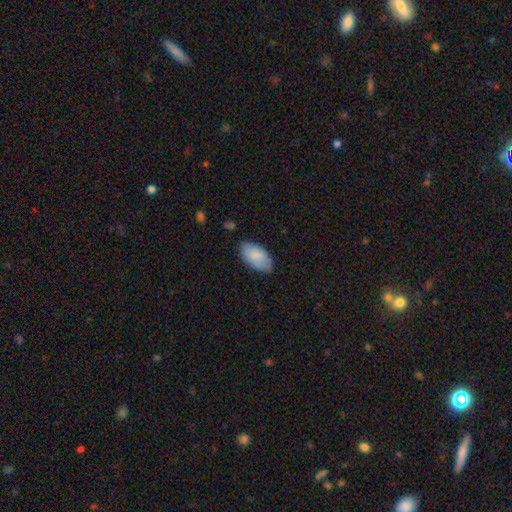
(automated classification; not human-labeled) smooth 82%, featured or disk 12%, star or artifact 6%. Down the decision tree: how rounded — in between (95%); merging — none (74%).